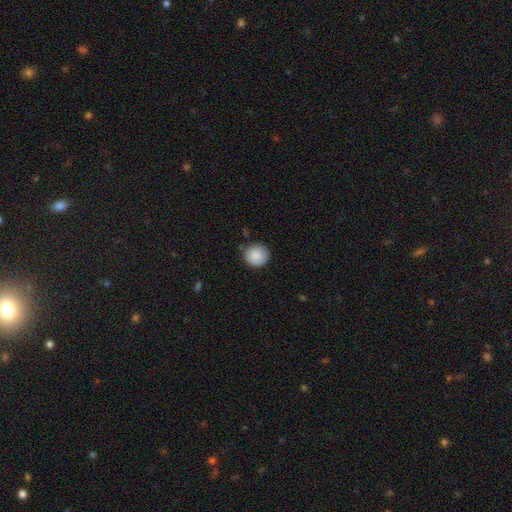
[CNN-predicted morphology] A smooth galaxy with no disk features (88%) that is round (94%). Merging: none (85%).